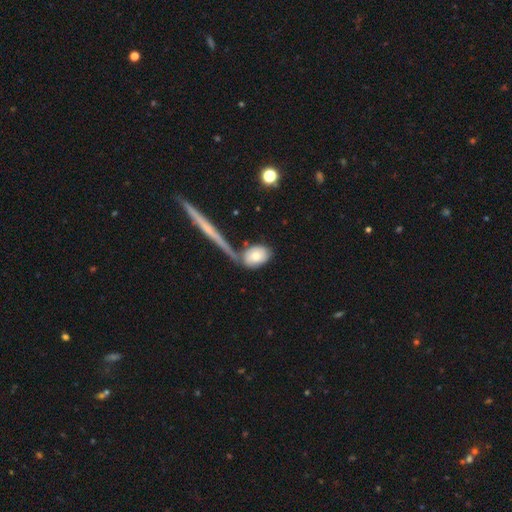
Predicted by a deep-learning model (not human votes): Smooth or featured? Predicted: smooth (p=0.74). How rounded? Predicted: in between (p=0.75). Merging? Predicted: none (p=0.59).